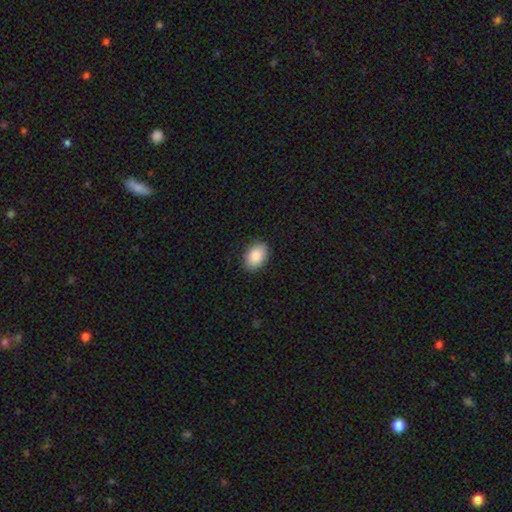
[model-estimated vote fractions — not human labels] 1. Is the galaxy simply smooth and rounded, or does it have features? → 88% smooth, 7% star or artifact, 5% featured or disk.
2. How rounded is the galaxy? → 86% in between, 13% round, 1% cigar-shaped.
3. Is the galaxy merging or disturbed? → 89% none, 8% minor disturbance, 2% major disturbance, 1% merger.